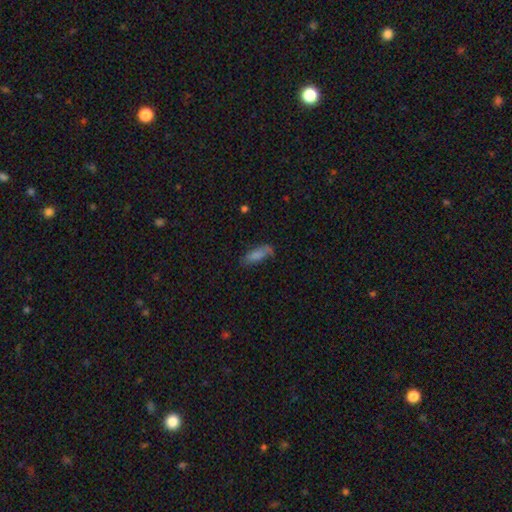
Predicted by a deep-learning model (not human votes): A smooth galaxy with no disk features (74%) that is in between round and cigar-shaped (61%). Merging: none (62%).